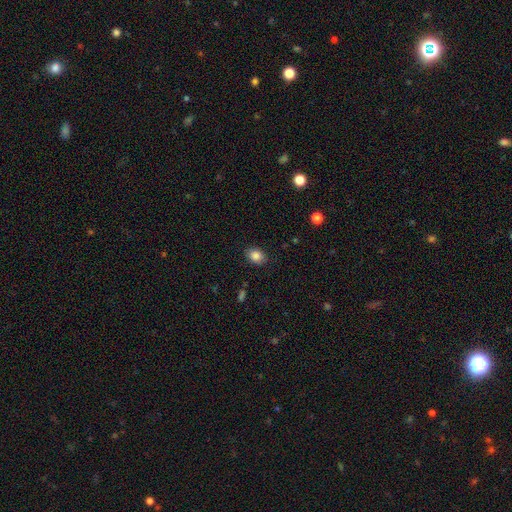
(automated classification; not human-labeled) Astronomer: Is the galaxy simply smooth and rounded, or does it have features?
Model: smooth — 86%.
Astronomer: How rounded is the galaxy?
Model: in between — 62% (runner-up: round, 37%).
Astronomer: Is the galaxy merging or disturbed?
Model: none — 86%.